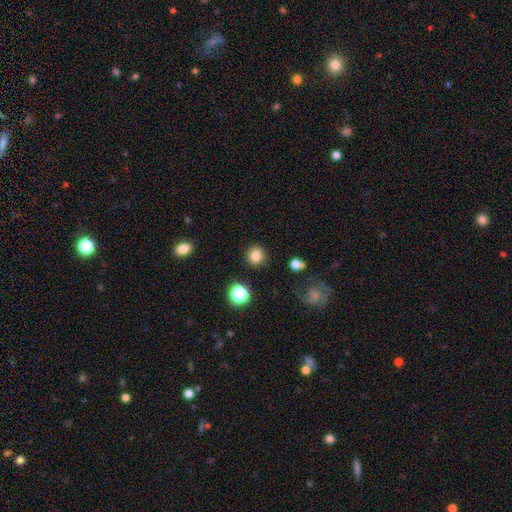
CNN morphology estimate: Smooth or featured: smooth — 82% (star or artifact — 13%)
How rounded: round — 88% (in between — 11%)
Merging: none — 89% (minor disturbance — 7%)